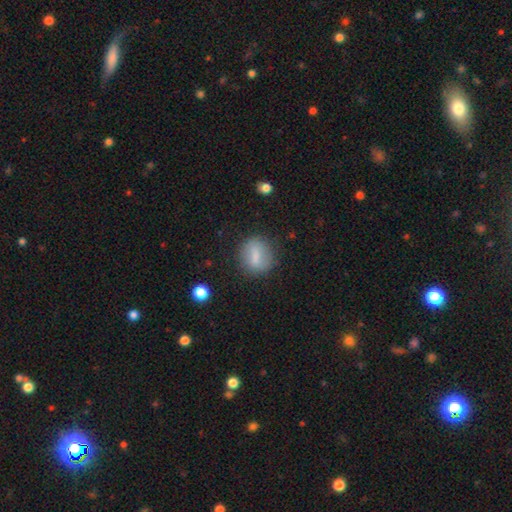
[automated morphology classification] A smooth galaxy with no disk features (71%) that is round (57%).

Vote fractions:
- Smooth or featured? smooth: 71% / featured or disk: 20% / star or artifact: 9%
- How rounded? round: 57% / in between: 39% / cigar-shaped: 4%
- Merging? none: 79% / minor disturbance: 14% / major disturbance: 5% / merger: 2%